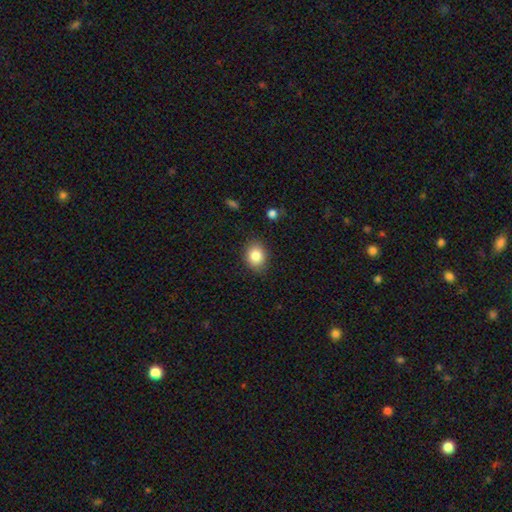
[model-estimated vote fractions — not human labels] smooth-or-featured: smooth: 84% | star or artifact: 9% | featured or disk: 7%
  how-rounded: round: 52% | in between: 47% | cigar-shaped: 1%
  merging: none: 86% | minor disturbance: 10% | major disturbance: 3% | merger: 1%